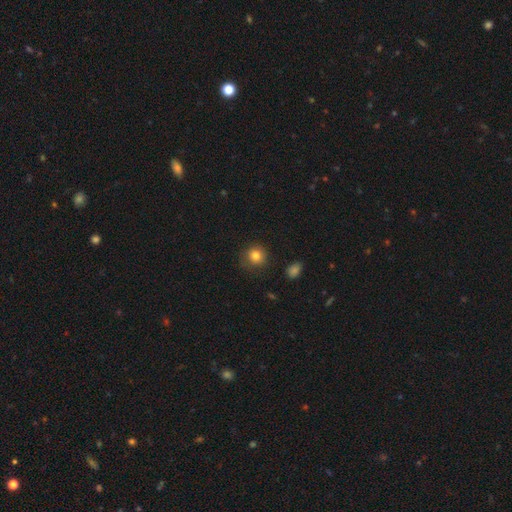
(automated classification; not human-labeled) Overall: smooth (82%). How rounded: round (89%). Merging: none (83%).